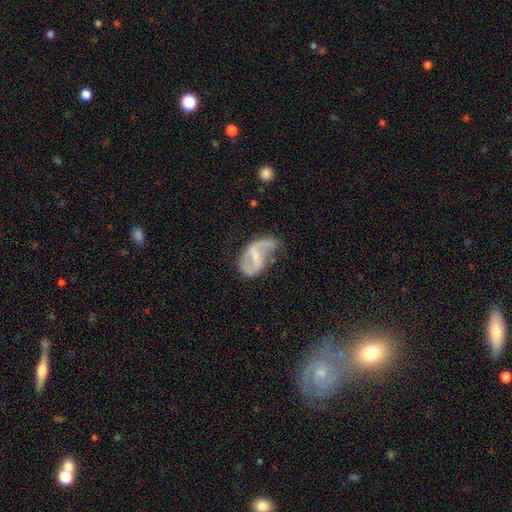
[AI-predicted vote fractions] A featured or disk galaxy (76%) with a weak bar (47%), 2 (80%) loose (59%) spiral arms (85%) and a small central bulge (45%). Merging: none (44%).